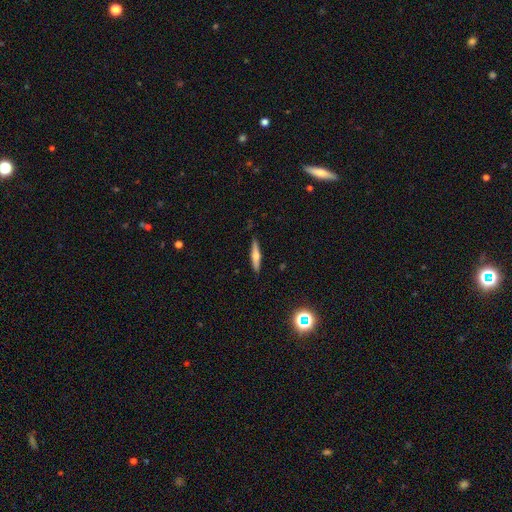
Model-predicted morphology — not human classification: smooth_or_featured: featured or disk (p=0.48) [alt: smooth p=0.44]
merging: none (p=0.89) [alt: minor disturbance p=0.08]